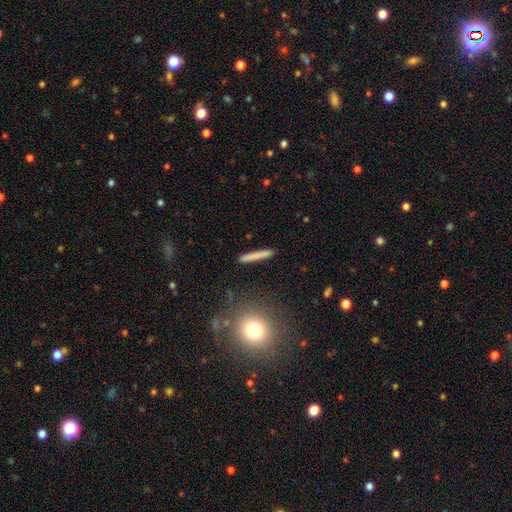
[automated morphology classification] A smooth galaxy with no disk features (75%) that is cigar-shaped (94%).

Vote fractions:
- Smooth or featured? smooth: 75% / featured or disk: 18% / star or artifact: 8%
- How rounded? cigar-shaped: 94% / in between: 4% / round: 2%
- Merging? none: 88% / minor disturbance: 8% / merger: 2% / major disturbance: 2%